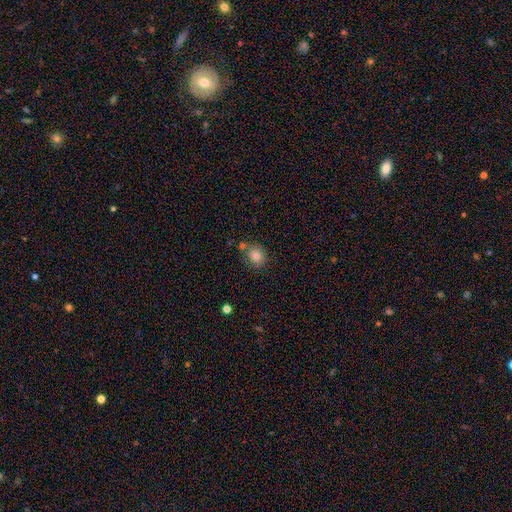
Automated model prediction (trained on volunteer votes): Smooth or featured? smooth (82%)
How rounded? round (63%)
Merging? none (72%)